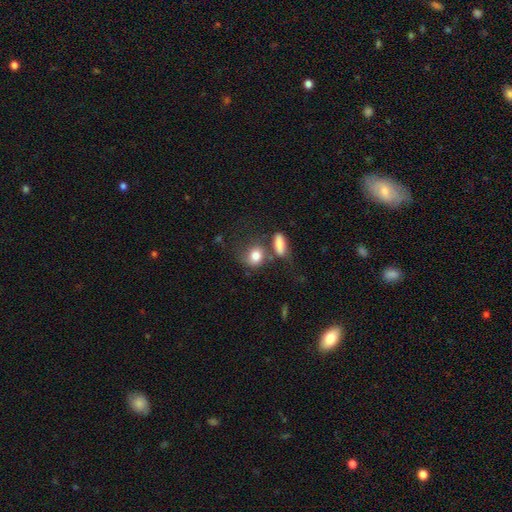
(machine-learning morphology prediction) smooth_or_featured: smooth (p=0.79) [alt: featured or disk p=0.12]
how_rounded: round (p=0.54) [alt: in between p=0.43]
merging: none (p=0.38) [alt: merger p=0.31]